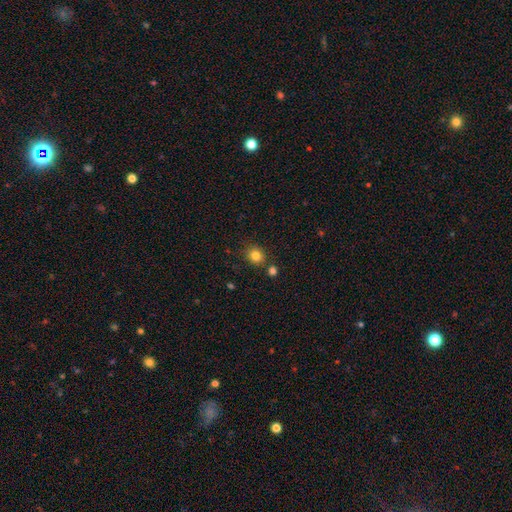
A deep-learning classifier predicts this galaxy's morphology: Smooth or featured? Predicted: smooth (p=0.82). How rounded? Predicted: round (p=0.75). Merging? Predicted: none (p=0.79).